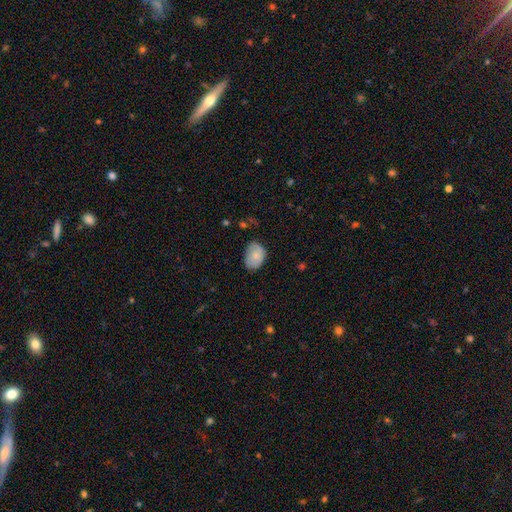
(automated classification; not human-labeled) smooth 71%, featured or disk 23%, star or artifact 7%. Down the decision tree: how rounded — in between (78%); merging — none (65%).